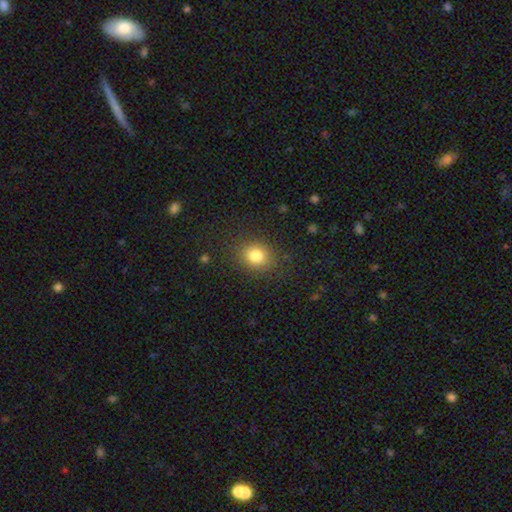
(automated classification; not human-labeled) A smooth galaxy with no disk features (82%) that is round (68%). Merging: none (85%).